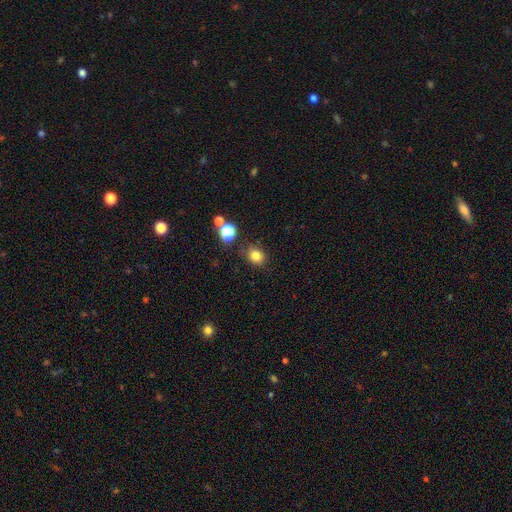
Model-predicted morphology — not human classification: A smooth galaxy with no disk features (80%) that is round (65%).

Vote fractions:
- Smooth or featured? smooth: 80% / star or artifact: 14% / featured or disk: 6%
- How rounded? round: 65% / in between: 34% / cigar-shaped: 1%
- Merging? none: 82% / minor disturbance: 11% / merger: 4% / major disturbance: 3%